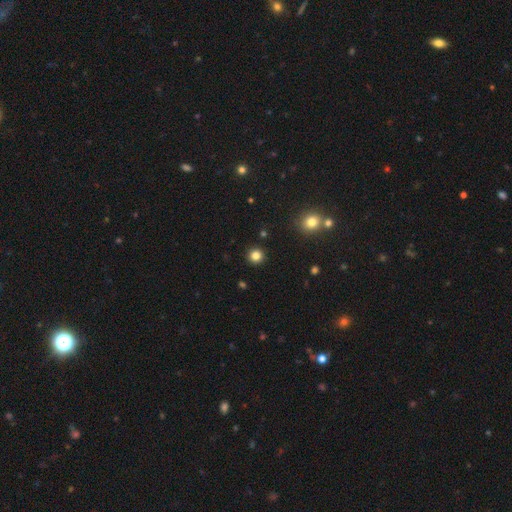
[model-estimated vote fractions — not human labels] smooth 82%, star or artifact 13%, featured or disk 5%. Down the decision tree: how rounded — round (94%); merging — none (92%).